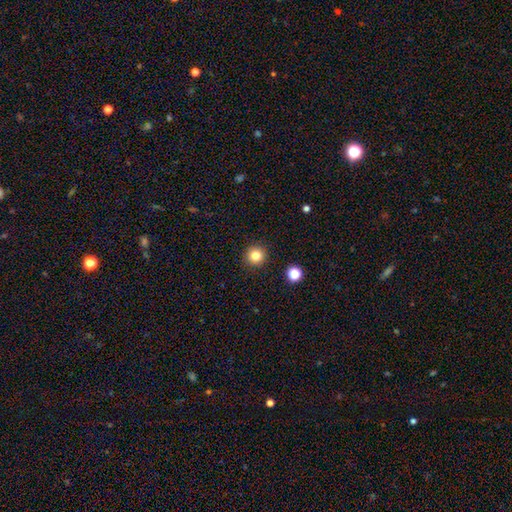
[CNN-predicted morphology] smooth_or_featured: smooth (p=0.83) [alt: star or artifact p=0.12]
how_rounded: round (p=0.95) [alt: in between p=0.04]
merging: none (p=0.92) [alt: minor disturbance p=0.05]